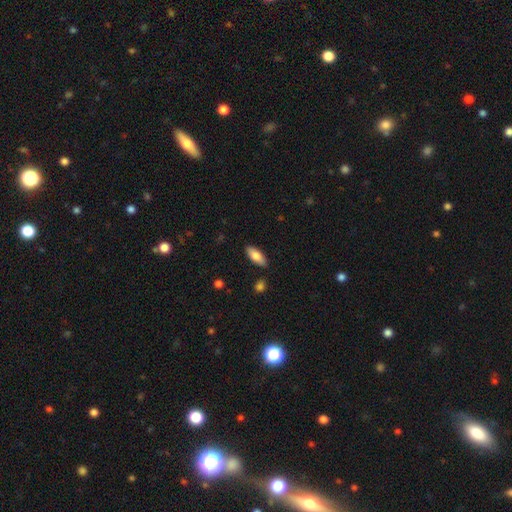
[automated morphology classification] Smooth or featured?
  - smooth: 81% *
  - featured or disk: 13%
  - star or artifact: 6%
How rounded?
  - in between: 79% *
  - cigar-shaped: 19%
  - round: 2%
Merging?
  - none: 85% *
  - minor disturbance: 10%
  - major disturbance: 2%
  - merger: 2%